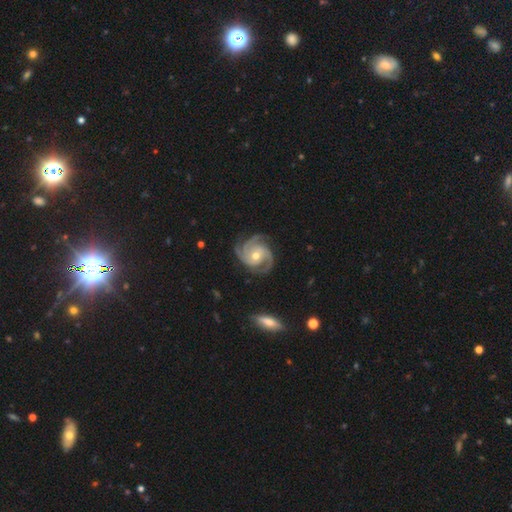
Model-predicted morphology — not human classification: smooth_or_featured: featured or disk (p=0.93) [alt: star or artifact p=0.04]
disk_edge_on: no (p=0.98) [alt: yes p=0.02]
bar: no (p=0.70) [alt: weak p=0.22]
has_spiral_arms: yes (p=0.99) [alt: no p=0.01]
spiral_winding: tight (p=0.60) [alt: medium p=0.35]
spiral_arm_count: 3 (p=0.57) [alt: 4 p=0.19]
bulge_size: moderate (p=0.63) [alt: small p=0.34]
merging: none (p=0.80) [alt: minor disturbance p=0.14]